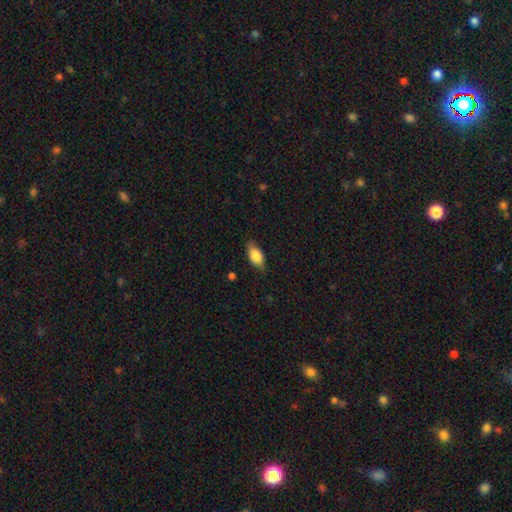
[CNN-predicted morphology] type=smooth (80%); roundness=in between (87%); merging=none (77%).